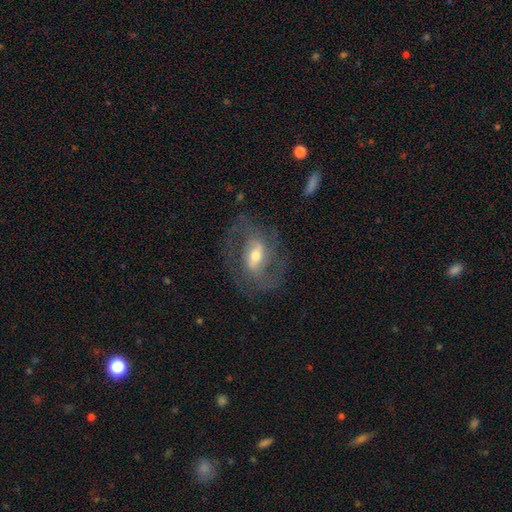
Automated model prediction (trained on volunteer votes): smooth_or_featured: featured or disk (p=0.80) [alt: smooth p=0.14]
disk_edge_on: no (p=0.94) [alt: yes p=0.06]
bar: strong (p=0.42) [tied with: weak p=0.42]
has_spiral_arms: yes (p=0.85) [alt: no p=0.15]
spiral_winding: medium (p=0.51) [alt: loose p=0.27]
spiral_arm_count: 2 (p=0.78) [alt: can't tell p=0.11]
bulge_size: moderate (p=0.62) [alt: small p=0.29]
merging: none (p=0.69) [alt: minor disturbance p=0.16]